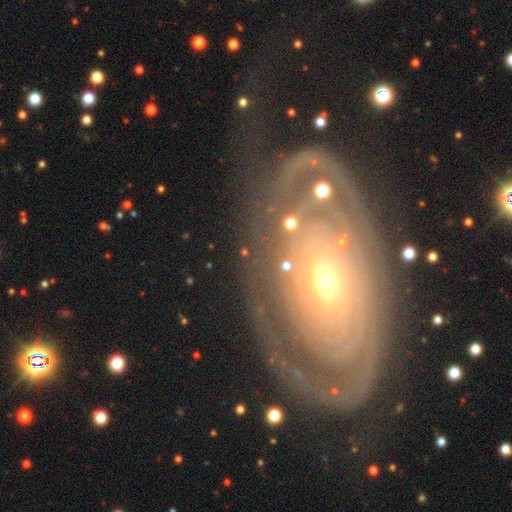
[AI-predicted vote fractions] smooth-or-featured: featured or disk: 81% | smooth: 11% | star or artifact: 7%
  disk-edge-on: no: 94% | yes: 6%
    bar: no: 76% | weak: 17% | strong: 7%
    has-spiral-arms: yes: 82% | no: 18%
      spiral-winding: tight: 65% | medium: 24% | loose: 11%
      spiral-arm-count: can't tell: 38% | 2: 33% | 1: 9% | 3: 8% | 4: 6% | more than 4: 5%
    bulge-size: small: 57% | moderate: 36% | large: 4% | dominant: 2% | none: 1%
  merging: none: 62% | major disturbance: 17% | minor disturbance: 16% | merger: 4%